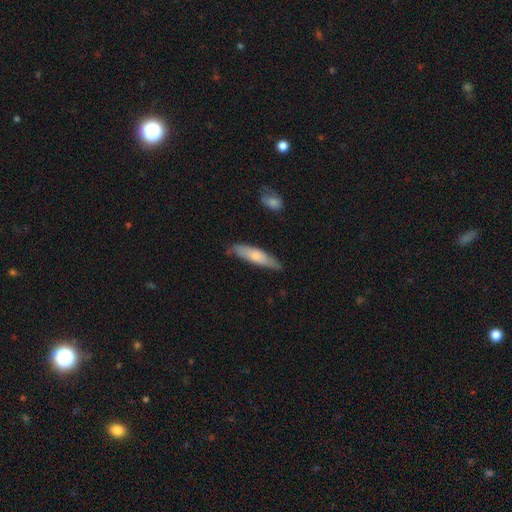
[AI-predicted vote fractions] Morphology: type=smooth (65%); roundness=cigar-shaped (69%); merging=none (76%).